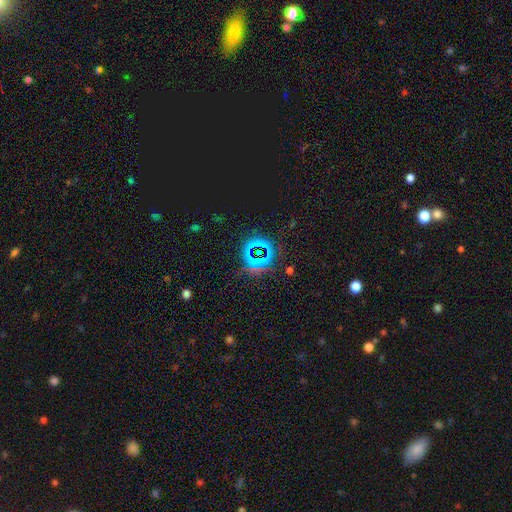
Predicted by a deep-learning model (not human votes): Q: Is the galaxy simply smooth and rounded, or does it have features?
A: star or artifact — 75%.